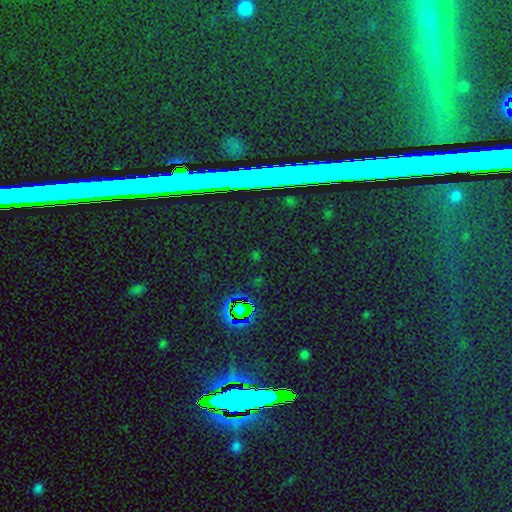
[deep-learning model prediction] Morphology: type=star or artifact (75%).